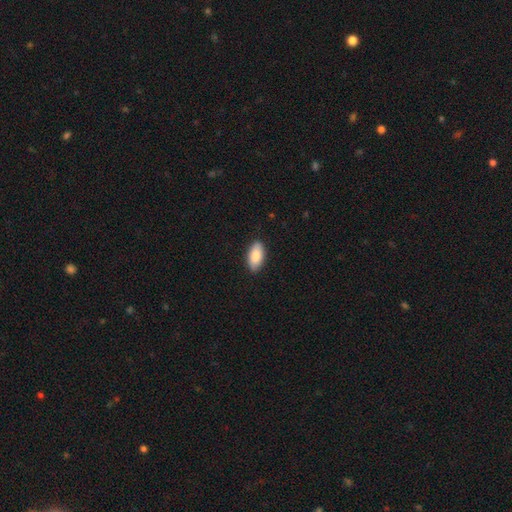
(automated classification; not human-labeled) Smooth or featured?
  - smooth: 86% *
  - featured or disk: 9%
  - star or artifact: 6%
How rounded?
  - in between: 93% *
  - cigar-shaped: 5%
  - round: 2%
Merging?
  - none: 89% *
  - minor disturbance: 8%
  - major disturbance: 2%
  - merger: 1%